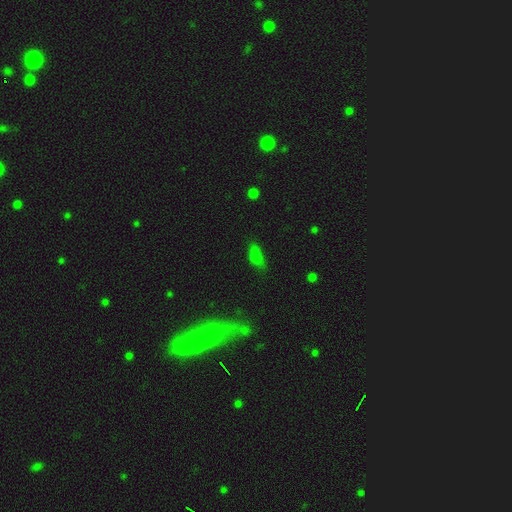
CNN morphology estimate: smooth 76%, star or artifact 17%, featured or disk 7%. Down the decision tree: how rounded — in between (75%); merging — none (62%).